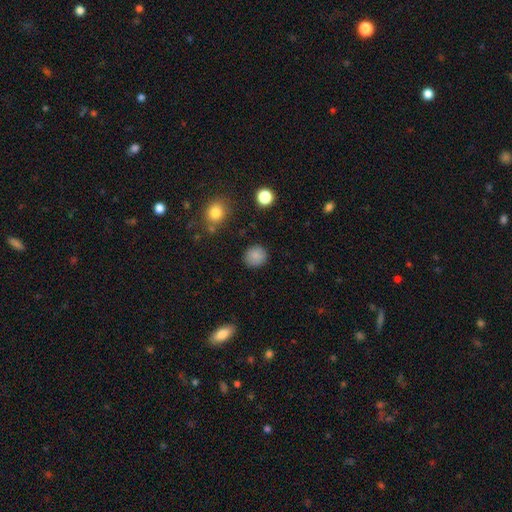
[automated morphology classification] Q: Smooth or featured?
A: smooth (85%); runner-up: star or artifact (10%)
Q: How rounded?
A: round (87%); runner-up: in between (12%)
Q: Merging?
A: none (88%); runner-up: minor disturbance (8%)